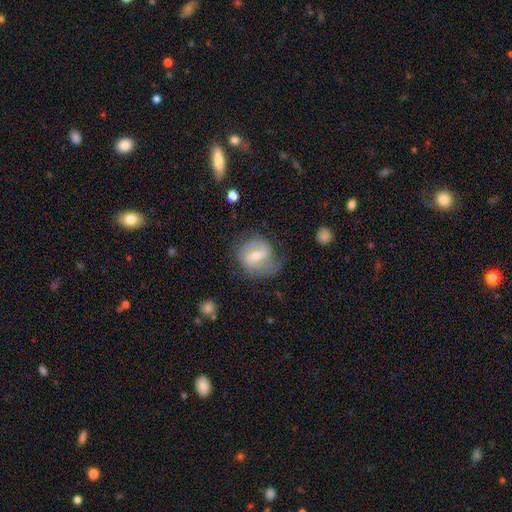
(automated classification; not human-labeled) This appears to be a featured or disk galaxy (66%) with a weak bar (52%), 2 (64%) medium (44%) spiral arms (82%) and a moderate central bulge (48%). Merging: none (52%).